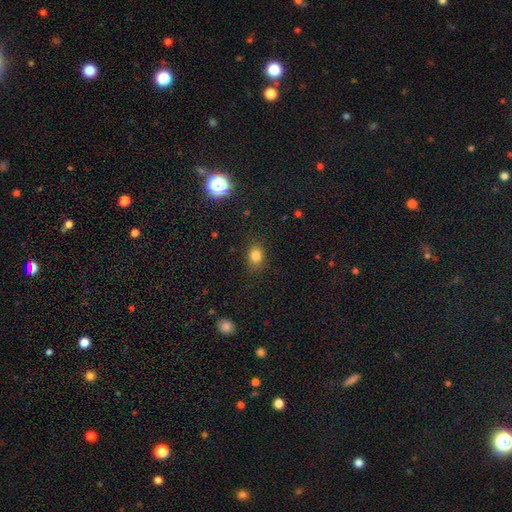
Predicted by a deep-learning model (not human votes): Smooth or featured? smooth (80%)
How rounded? in between (55%)
Merging? none (83%)